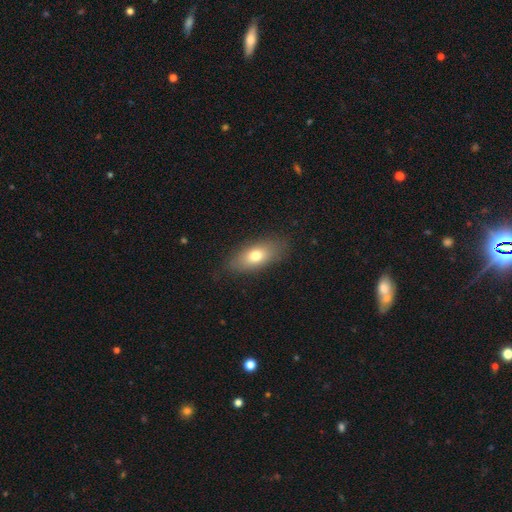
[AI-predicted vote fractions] smooth-or-featured: smooth: 73% | featured or disk: 18% | star or artifact: 8%
  how-rounded: in between: 81% | cigar-shaped: 13% | round: 6%
  merging: none: 83% | minor disturbance: 12% | major disturbance: 4% | merger: 1%